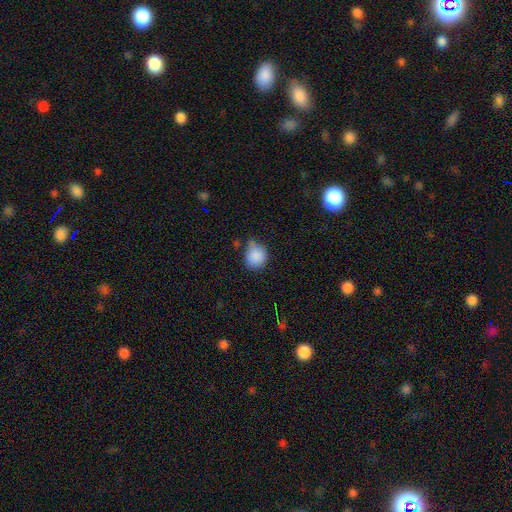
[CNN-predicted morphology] Smooth or featured?
  - smooth: 86% *
  - star or artifact: 9%
  - featured or disk: 5%
How rounded?
  - round: 81% *
  - in between: 18%
  - cigar-shaped: 1%
Merging?
  - none: 52% *
  - minor disturbance: 34%
  - major disturbance: 8%
  - merger: 7%